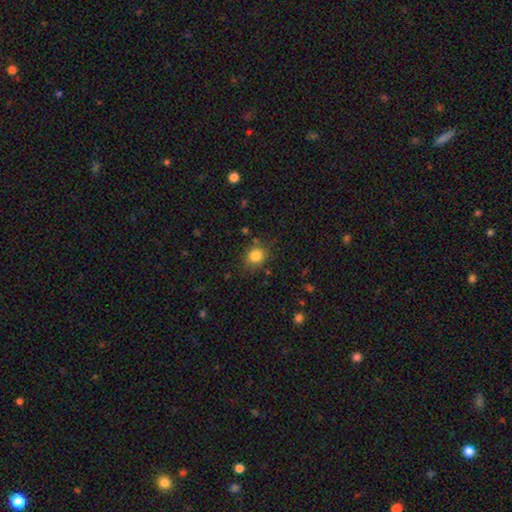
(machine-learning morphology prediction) The model was most divided on "how rounded": round: 77%, in between: 22%, cigar-shaped: 1%. More confident: smooth or featured — smooth (83%); merging — none (81%).